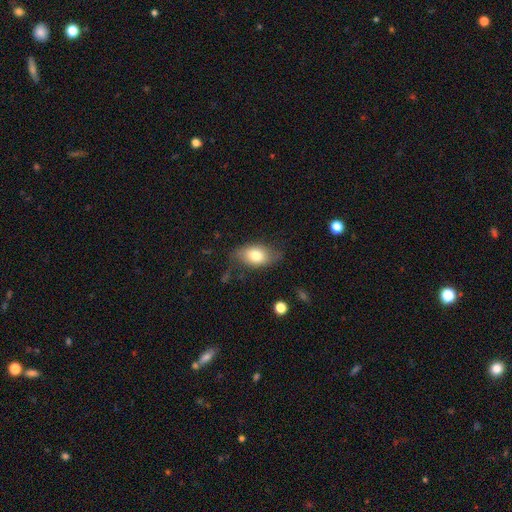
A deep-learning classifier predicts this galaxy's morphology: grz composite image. It shows a smooth galaxy with no disk features (73%) that is in between round and cigar-shaped (89%). Merging: none (63%).